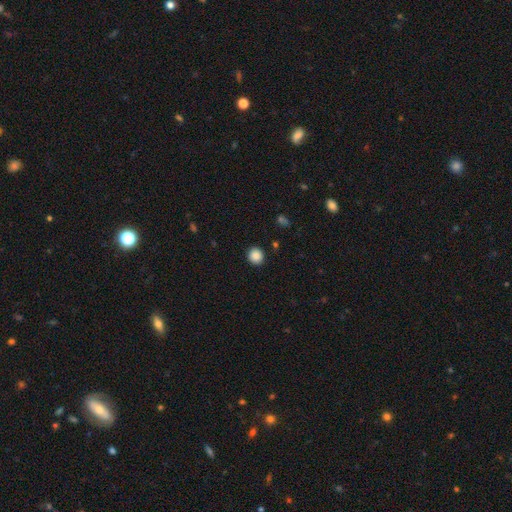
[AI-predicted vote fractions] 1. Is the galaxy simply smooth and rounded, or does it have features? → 87% smooth, 9% star or artifact, 4% featured or disk.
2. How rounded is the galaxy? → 90% round, 9% in between, 1% cigar-shaped.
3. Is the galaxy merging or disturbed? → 92% none, 5% minor disturbance, 2% major disturbance, 1% merger.